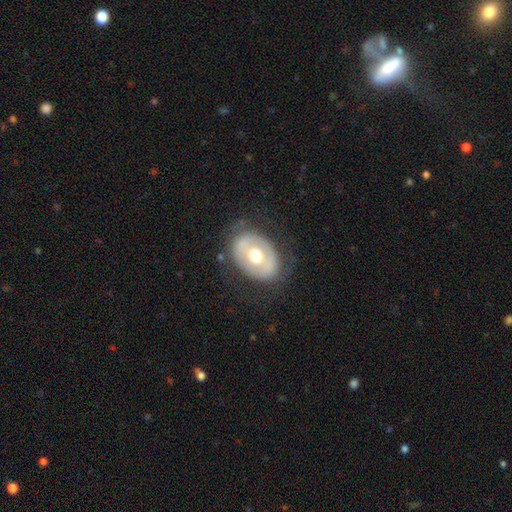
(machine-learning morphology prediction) A featured or disk galaxy (49%). Merging: none (75%).